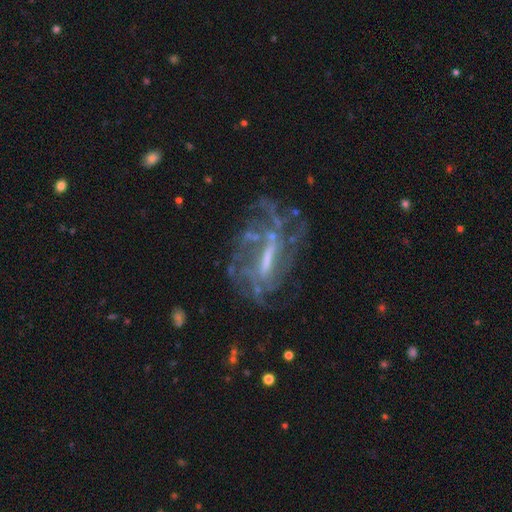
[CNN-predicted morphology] smooth-or-featured: featured or disk: 75% | star or artifact: 15% | smooth: 10%
  disk-edge-on: no: 91% | yes: 9%
    bar: weak: 43% | strong: 35% | no: 22%
    has-spiral-arms: yes: 75% | no: 25%
      spiral-winding: tight: 43% | medium: 37% | loose: 21%
      spiral-arm-count: can't tell: 55% | 4: 11% | 2: 11% | 3: 10% | more than 4: 7% | 1: 5%
    bulge-size: small: 36% | moderate: 35% | none: 24% | large: 4% | dominant: 1%
  merging: none: 55% | major disturbance: 23% | minor disturbance: 18% | merger: 4%